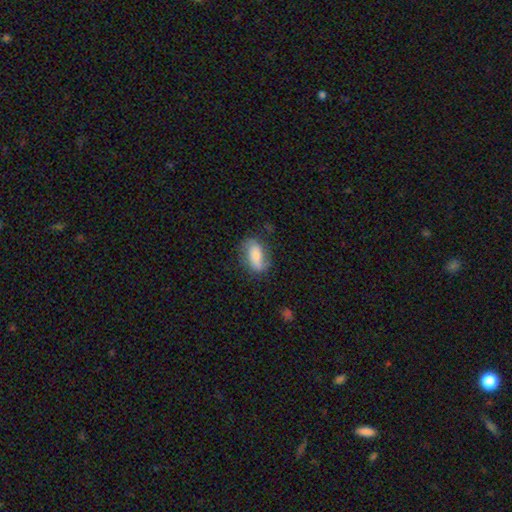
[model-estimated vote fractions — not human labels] Smooth or featured? smooth (63%)
How rounded? in between (86%)
Merging? none (65%)